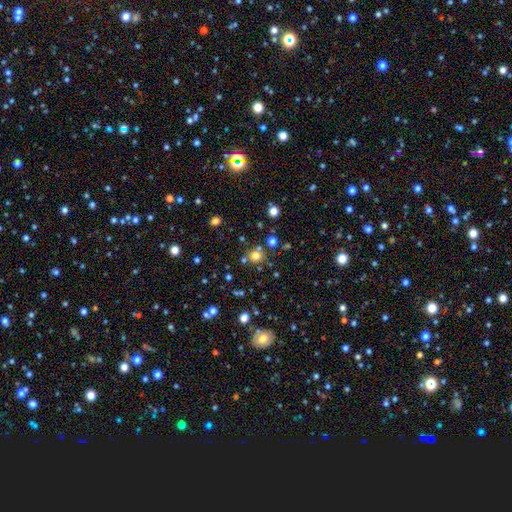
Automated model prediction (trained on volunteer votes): smooth-or-featured: smooth: 70% | star or artifact: 21% | featured or disk: 9%
  how-rounded: round: 87% | in between: 12% | cigar-shaped: 1%
  merging: none: 71% | merger: 16% | minor disturbance: 9% | major disturbance: 4%